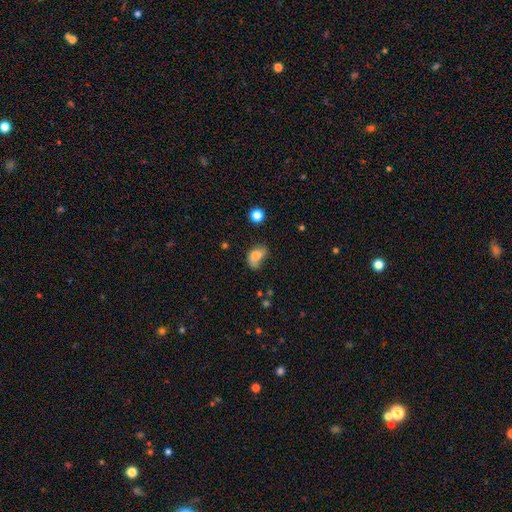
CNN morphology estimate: A smooth galaxy with no disk features (75%) that is in between round and cigar-shaped (80%). Merging: none (34%).